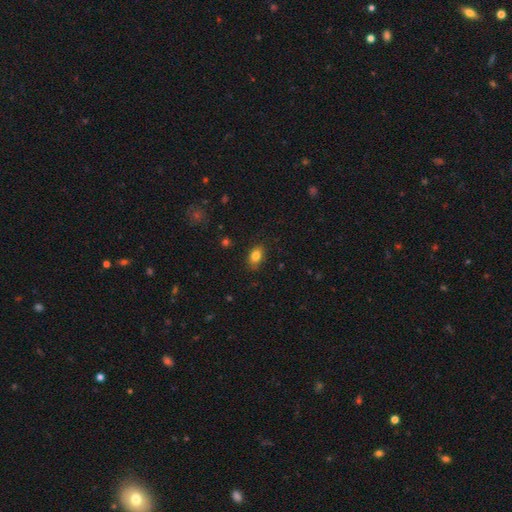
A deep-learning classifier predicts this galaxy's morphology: A smooth galaxy with no disk features (83%) that is in between round and cigar-shaped (84%).

Vote fractions:
- Smooth or featured? smooth: 83% / star or artifact: 9% / featured or disk: 8%
- How rounded? in between: 84% / round: 14% / cigar-shaped: 2%
- Merging? none: 82% / minor disturbance: 14% / major disturbance: 3% / merger: 1%